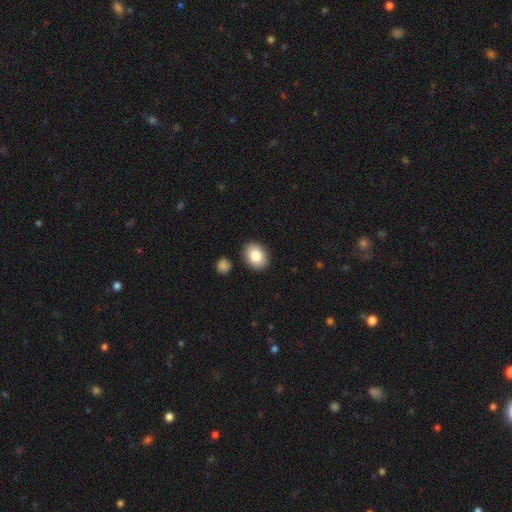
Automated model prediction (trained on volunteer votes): Smooth or featured? smooth (84%)
How rounded? in between (61%)
Merging? none (87%)